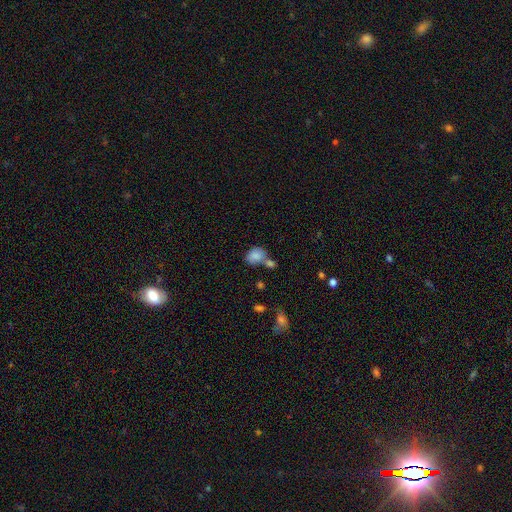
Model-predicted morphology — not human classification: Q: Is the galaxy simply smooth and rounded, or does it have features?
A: smooth — 84%.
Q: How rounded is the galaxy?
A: in between — 54%.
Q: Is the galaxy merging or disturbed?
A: none — 45%.